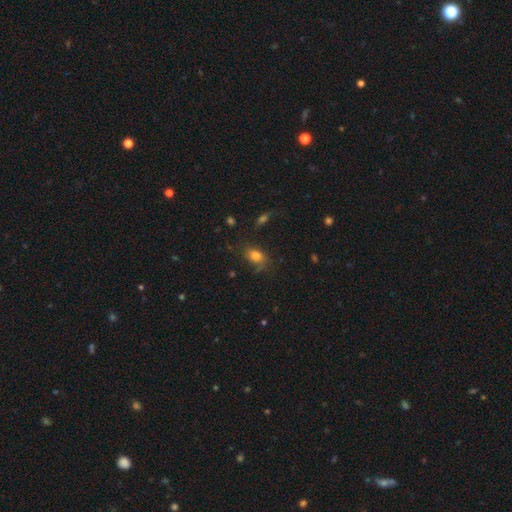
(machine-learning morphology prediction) A smooth galaxy with no disk features (77%) that is in between round and cigar-shaped (77%). Merging: none (66%).